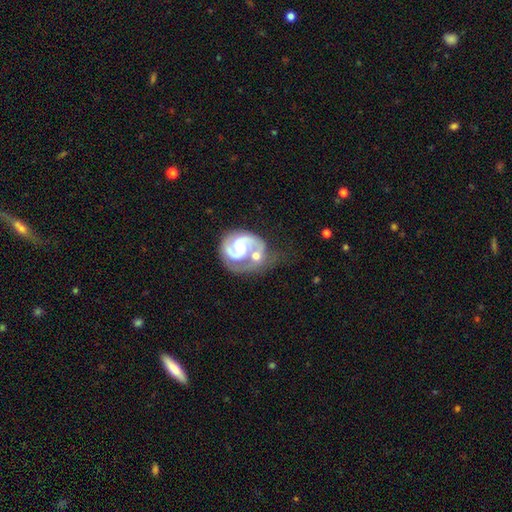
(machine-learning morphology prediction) Smooth or featured: featured or disk — 87% (smooth — 8%)
Edge-on disk: no — 98% (yes — 2%)
Bar: no — 47% (weak — 41%)
Spiral arms: yes — 97% (no — 3%)
Spiral winding: medium — 53% (tight — 35%)
Spiral arm count: 2 — 87% (1 — 4%)
Bulge size: moderate — 52% (small — 36%)
Merging: merger — 41% (none — 34%)